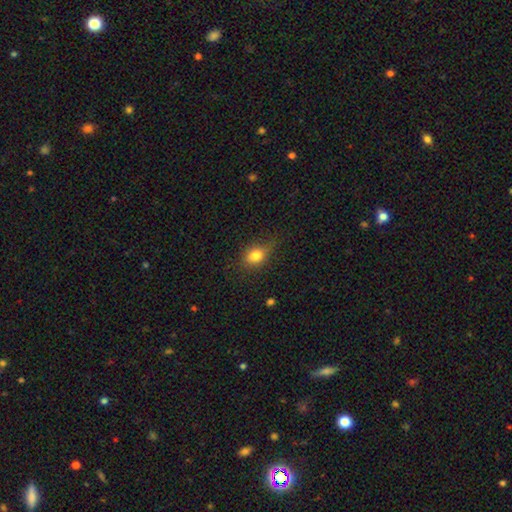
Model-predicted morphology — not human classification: smooth 79%, star or artifact 11%, featured or disk 10%. Down the decision tree: how rounded — in between (60%); merging — none (67%).